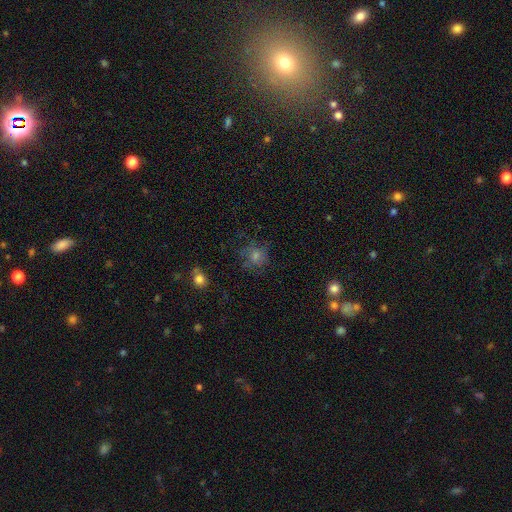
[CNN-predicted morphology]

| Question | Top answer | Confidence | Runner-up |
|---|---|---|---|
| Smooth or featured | smooth | 48% | star or artifact (28%) |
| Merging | none | 72% | minor disturbance (16%) |